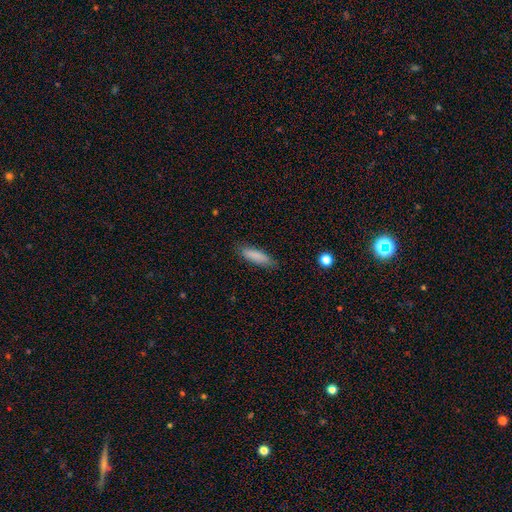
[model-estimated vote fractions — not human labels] Smooth or featured? Predicted: smooth (p=0.85). How rounded? Predicted: cigar-shaped (p=0.64). Merging? Predicted: none (p=0.81).